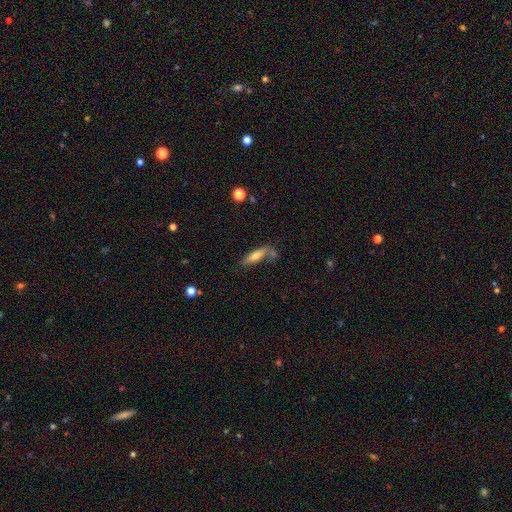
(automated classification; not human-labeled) This is possibly a smooth galaxy (60%). How rounded: possibly cigar-shaped (58%). Merging: possibly none (54%).